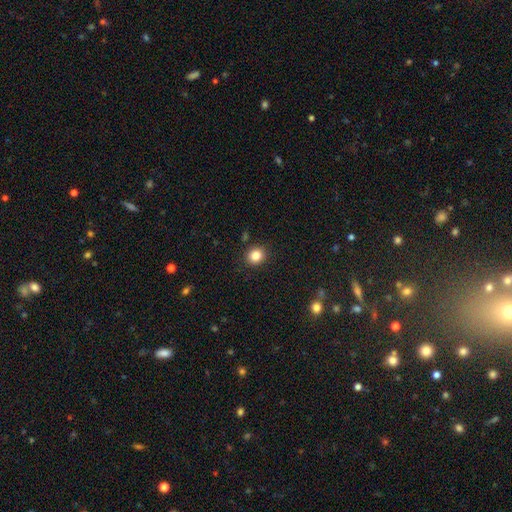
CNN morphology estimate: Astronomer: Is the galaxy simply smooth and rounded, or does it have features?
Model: smooth — 83%.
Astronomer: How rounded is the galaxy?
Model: round — 83%.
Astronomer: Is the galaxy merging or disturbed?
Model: none — 90%.